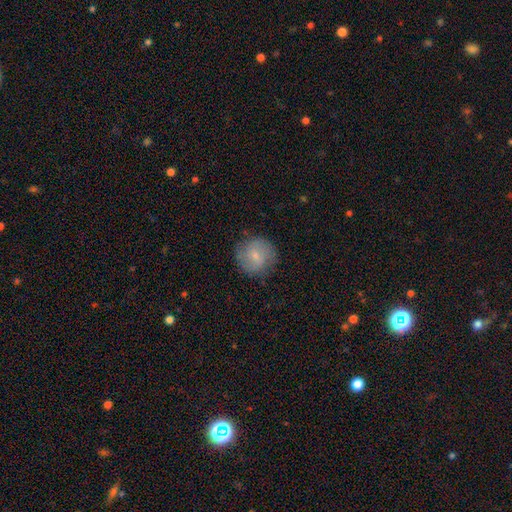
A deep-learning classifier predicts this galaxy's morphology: A smooth galaxy with no disk features (62%) that is round (91%).

Vote fractions:
- Smooth or featured? smooth: 62% / featured or disk: 31% / star or artifact: 7%
- How rounded? round: 91% / in between: 8% / cigar-shaped: 1%
- Merging? none: 82% / minor disturbance: 13% / major disturbance: 4% / merger: 1%